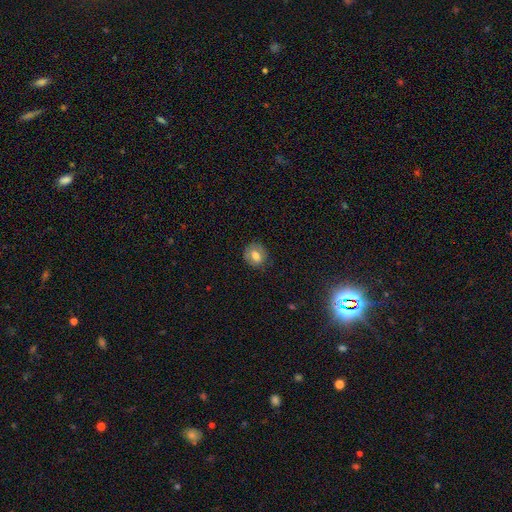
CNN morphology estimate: Smooth or featured?
  - smooth: 69% *
  - featured or disk: 21%
  - star or artifact: 10%
How rounded?
  - round: 66% *
  - in between: 33%
  - cigar-shaped: 1%
Merging?
  - none: 80% *
  - minor disturbance: 15%
  - major disturbance: 4%
  - merger: 1%